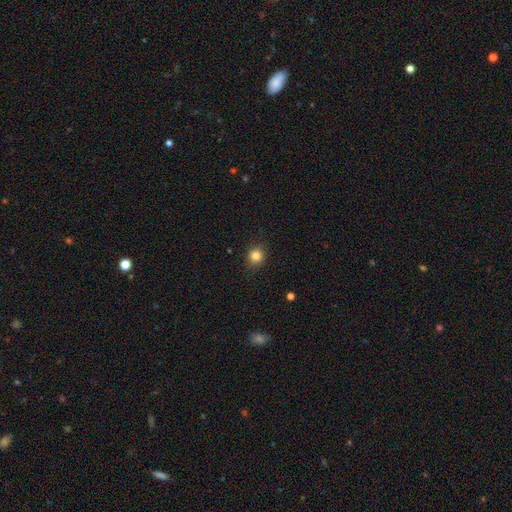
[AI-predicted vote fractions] This is clearly a smooth galaxy (83%). How rounded: clearly round (85%). Merging: clearly none (89%).